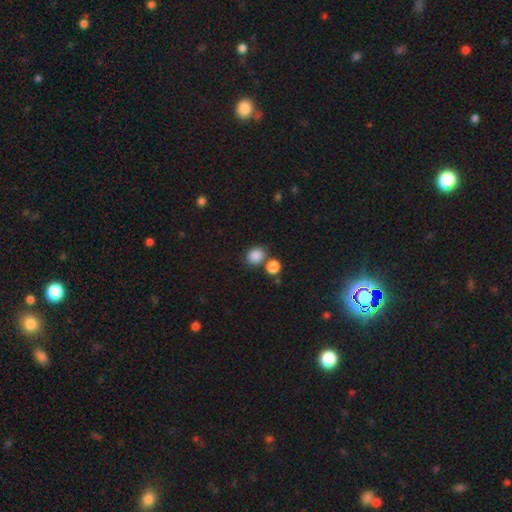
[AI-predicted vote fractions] A smooth galaxy with no disk features (86%) that is round (65%). Merging: none (64%).